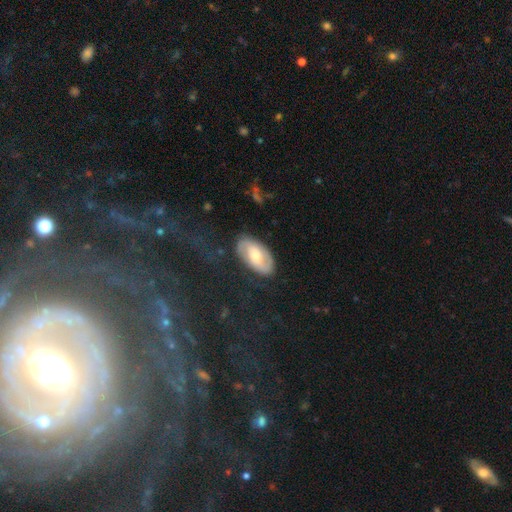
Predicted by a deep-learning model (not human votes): Smooth or featured: featured or disk — 57% (smooth — 37%)
Edge-on disk: no — 93% (yes — 7%)
Bar: weak — 43% (no — 38%)
Spiral arms: yes — 77% (no — 23%)
Bulge size: moderate — 62% (small — 28%)
Merging: none — 80% (minor disturbance — 14%)